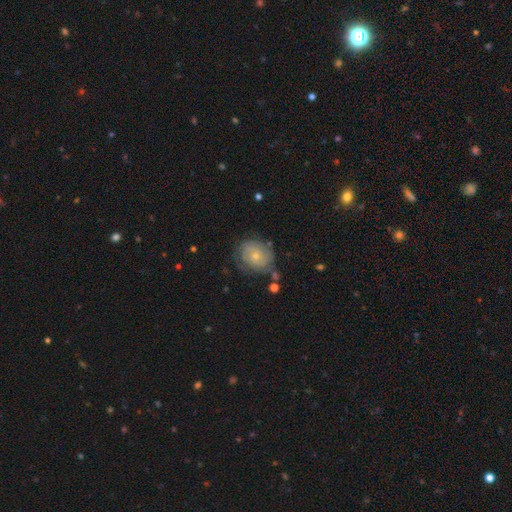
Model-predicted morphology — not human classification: smooth_or_featured: featured or disk (p=0.55) [alt: smooth p=0.37]
disk_edge_on: no (p=0.97) [alt: yes p=0.03]
bar: no (p=0.81) [alt: weak p=0.16]
has_spiral_arms: yes (p=0.77) [alt: no p=0.23]
bulge_size: small (p=0.68) [alt: moderate p=0.27]
merging: none (p=0.65) [alt: minor disturbance p=0.23]